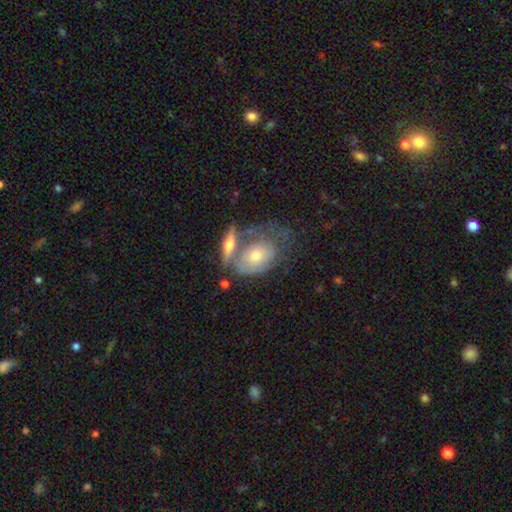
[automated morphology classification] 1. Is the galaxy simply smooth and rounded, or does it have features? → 50% featured or disk, 43% smooth, 7% star or artifact.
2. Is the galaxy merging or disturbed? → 35% merger, 33% none, 19% minor disturbance, 14% major disturbance.